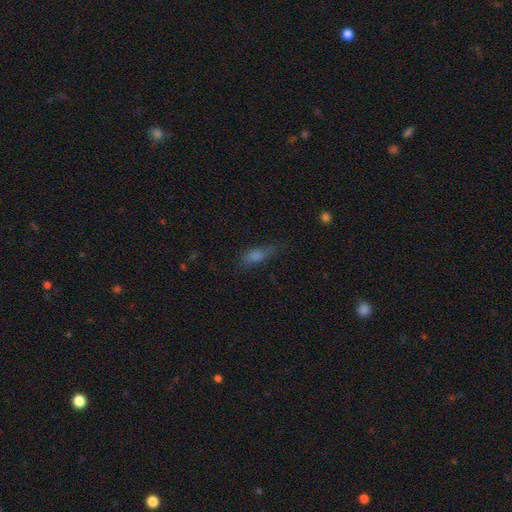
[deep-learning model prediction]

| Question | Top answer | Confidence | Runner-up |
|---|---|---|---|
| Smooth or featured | smooth | 60% | featured or disk (22%) |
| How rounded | cigar-shaped | 54% | in between (42%) |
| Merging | none | 63% | minor disturbance (24%) |